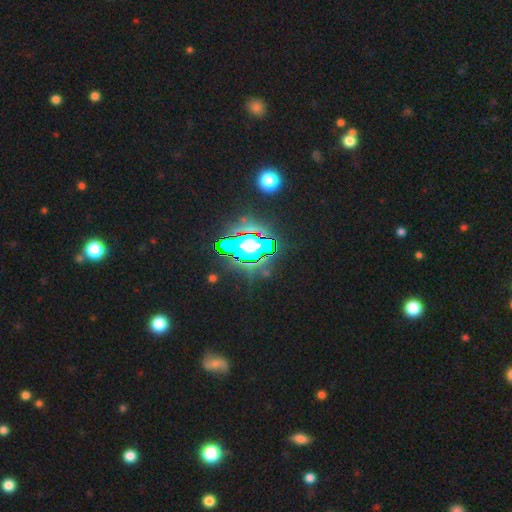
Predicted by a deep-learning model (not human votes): This appears to be a star or artifact, not a galaxy (82%).